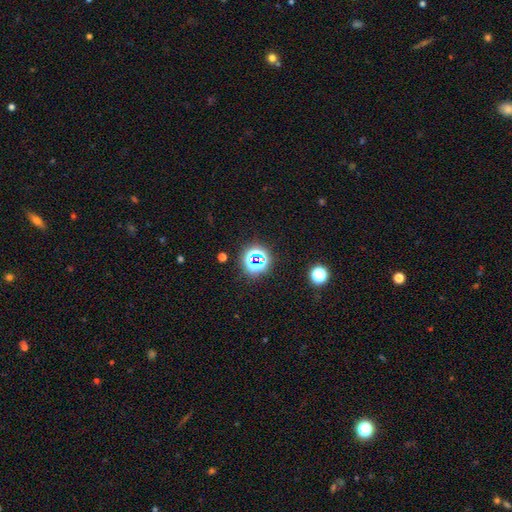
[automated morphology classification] The model was most divided on "smooth or featured": star or artifact: 68%, smooth: 22%, featured or disk: 10%.